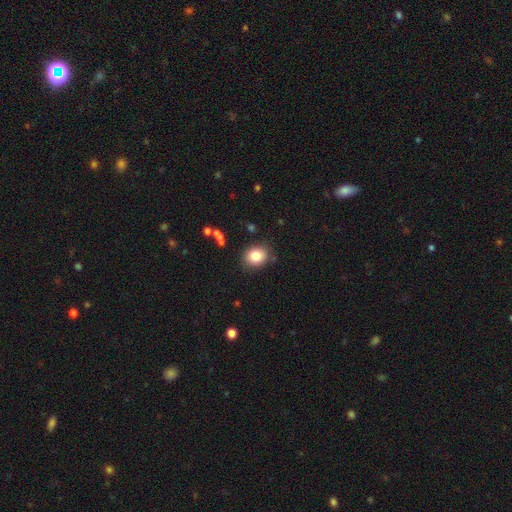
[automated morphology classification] Overall: smooth (83%). How rounded: round (57%; in between 42%). Merging: none (84%).